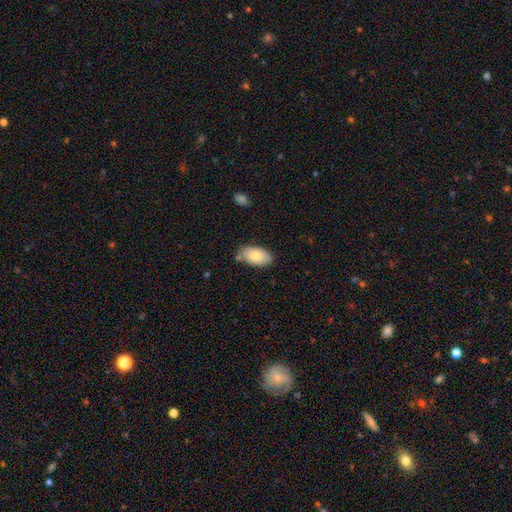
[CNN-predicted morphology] This is likely a smooth galaxy (80%). How rounded: clearly in between (95%). Merging: likely none (76%).